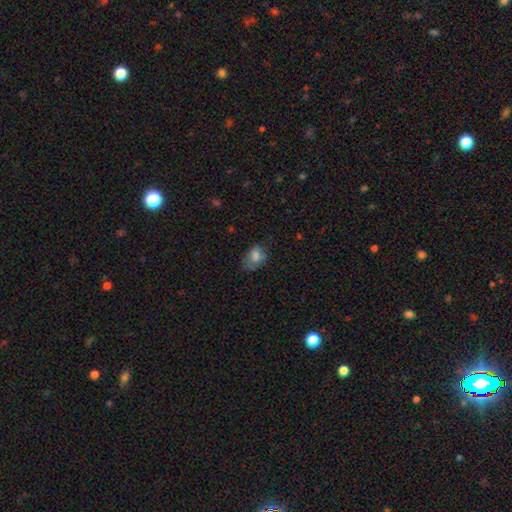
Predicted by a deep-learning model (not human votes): smooth 75%, featured or disk 14%, star or artifact 11%. Down the decision tree: how rounded — in between (76%); merging — none (46%).